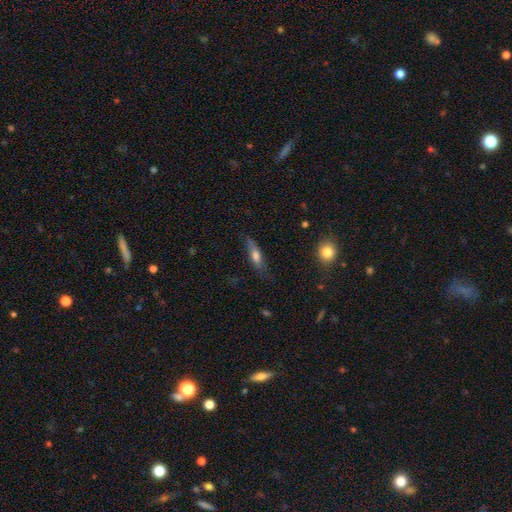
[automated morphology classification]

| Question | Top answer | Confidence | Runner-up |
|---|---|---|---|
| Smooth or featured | smooth | 63% | featured or disk (29%) |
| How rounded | cigar-shaped | 59% | in between (38%) |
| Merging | none | 71% | minor disturbance (21%) |